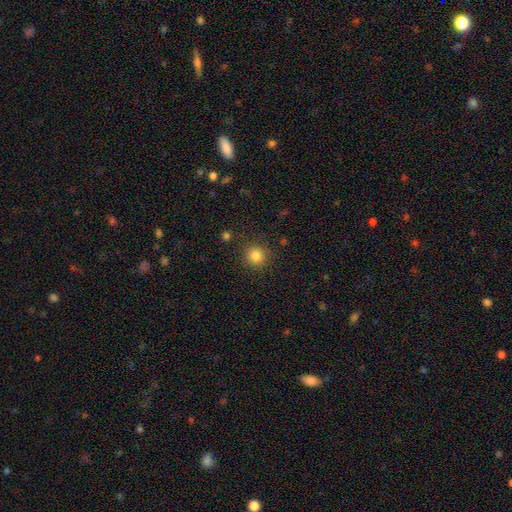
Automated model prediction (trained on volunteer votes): Smooth or featured? Predicted: smooth (p=0.83). How rounded? Predicted: round (p=0.91). Merging? Predicted: none (p=0.87).